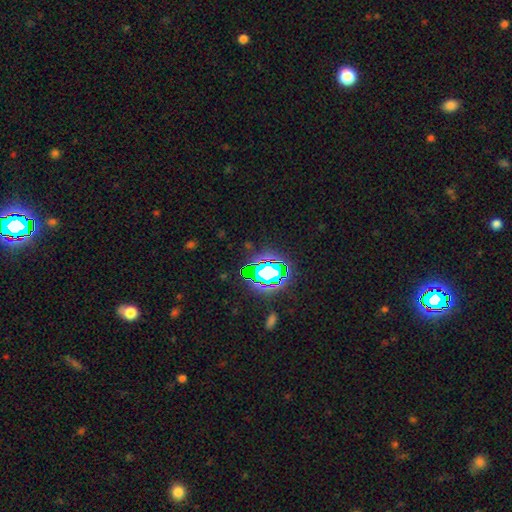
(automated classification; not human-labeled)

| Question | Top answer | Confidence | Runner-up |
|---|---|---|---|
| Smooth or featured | star or artifact | 79% | smooth (13%) |